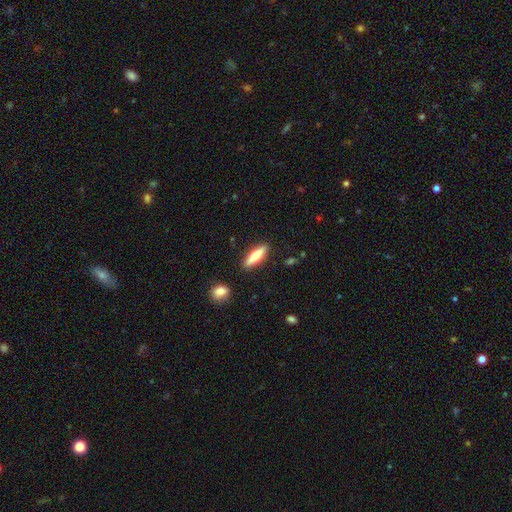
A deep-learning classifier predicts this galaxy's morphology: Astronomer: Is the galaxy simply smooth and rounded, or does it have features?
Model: smooth — 65%.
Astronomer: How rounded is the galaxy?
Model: cigar-shaped — 66%.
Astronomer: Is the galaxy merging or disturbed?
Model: none — 88%.